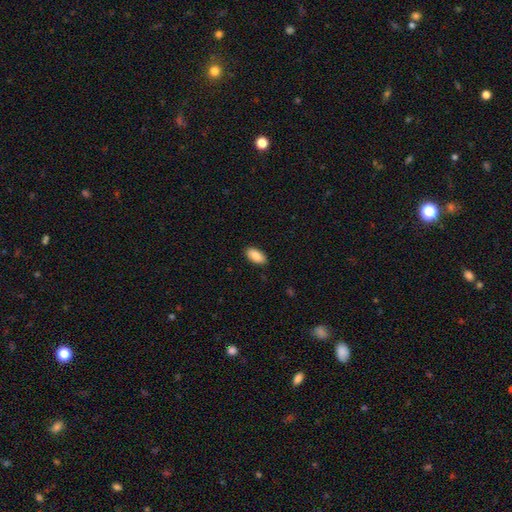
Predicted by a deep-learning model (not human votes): Smooth or featured: smooth — 88% (star or artifact — 6%)
How rounded: in between — 94% (cigar-shaped — 4%)
Merging: none — 88% (minor disturbance — 9%)